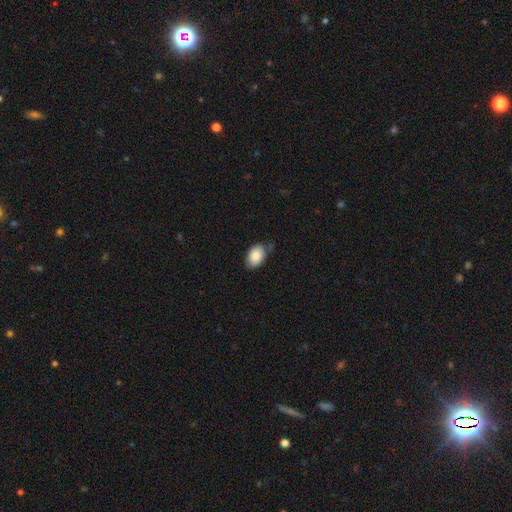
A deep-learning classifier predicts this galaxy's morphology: A smooth galaxy with no disk features (85%) that is in between round and cigar-shaped (87%).

Vote fractions:
- Smooth or featured? smooth: 85% / featured or disk: 8% / star or artifact: 7%
- How rounded? in between: 87% / round: 12% / cigar-shaped: 1%
- Merging? none: 66% / minor disturbance: 27% / major disturbance: 5% / merger: 3%